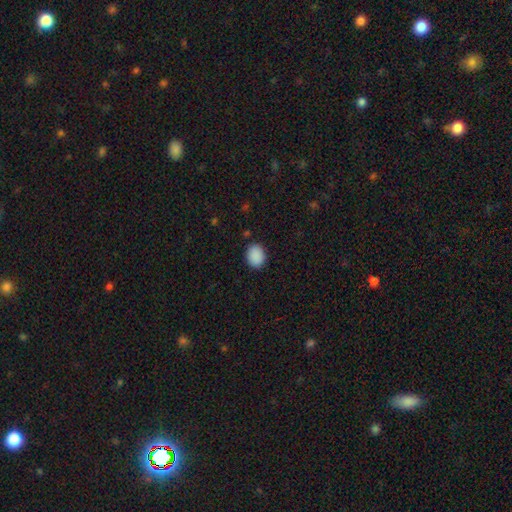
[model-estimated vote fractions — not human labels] The model was most divided on "how rounded": in between: 57%, round: 42%, cigar-shaped: 1%. More confident: smooth or featured — smooth (90%); merging — none (87%).